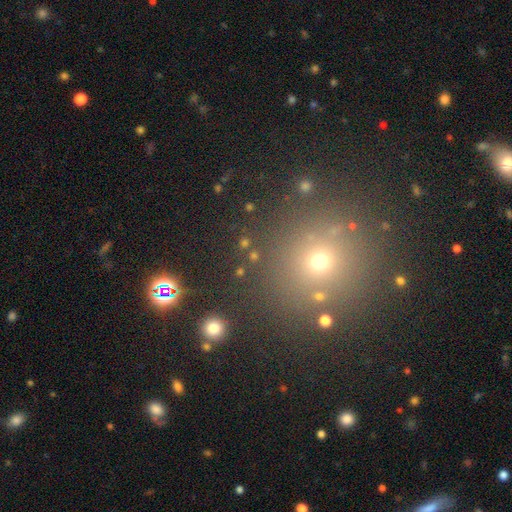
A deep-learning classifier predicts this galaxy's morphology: type=smooth (54%); roundness=round (90%); merging=none (84%).